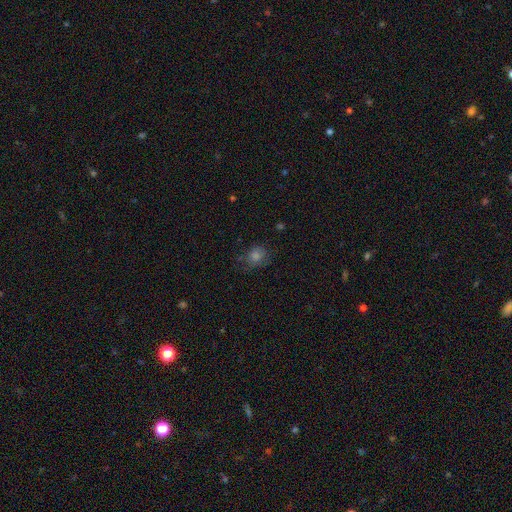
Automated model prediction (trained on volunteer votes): Smooth or featured? Predicted: smooth (p=0.64). How rounded? Predicted: round (p=0.70). Merging? Predicted: none (p=0.69).